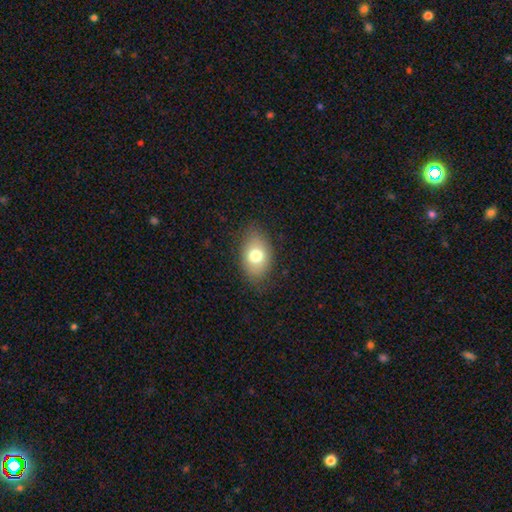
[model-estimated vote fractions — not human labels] This appears to be a smooth galaxy with no disk features (74%) that is in between round and cigar-shaped (84%). Merging: none (79%).